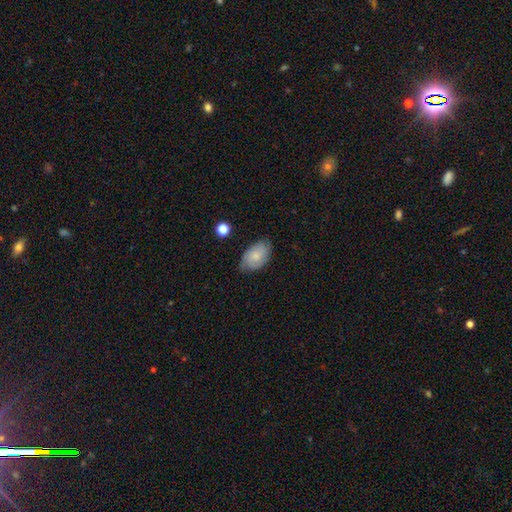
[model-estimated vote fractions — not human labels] Smooth or featured: smooth — 58% (featured or disk — 34%)
How rounded: in between — 90% (round — 8%)
Merging: none — 71% (minor disturbance — 23%)